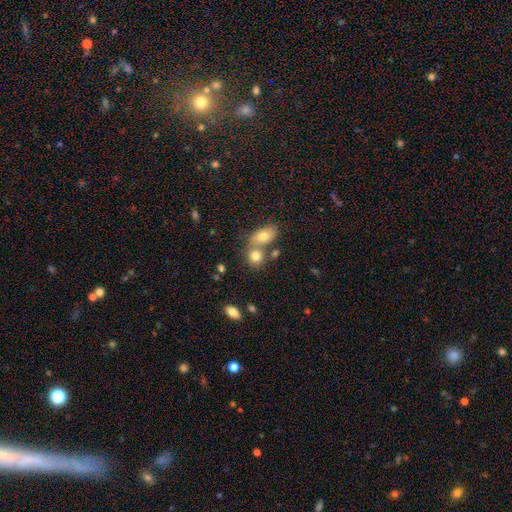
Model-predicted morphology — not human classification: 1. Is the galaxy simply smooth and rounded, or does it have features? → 79% smooth, 11% featured or disk, 10% star or artifact.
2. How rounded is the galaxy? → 57% round, 41% in between, 2% cigar-shaped.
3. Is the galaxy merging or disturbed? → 44% merger, 43% none, 9% minor disturbance, 4% major disturbance.